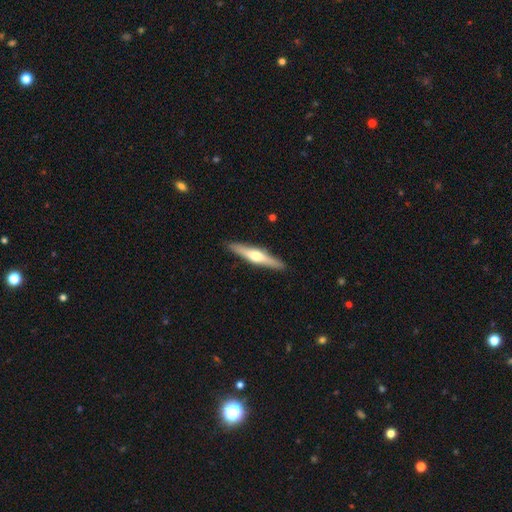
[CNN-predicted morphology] Smooth or featured? featured or disk (65%)
Edge-on disk? yes (97%)
Edge-on bulge? rounded (92%)
Merging? none (91%)